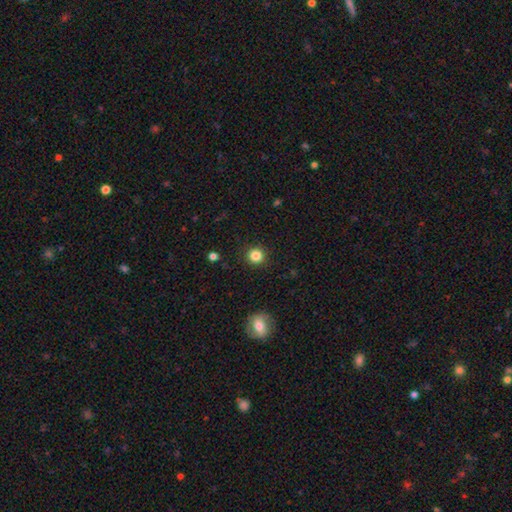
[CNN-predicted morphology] smooth-or-featured: smooth: 84% | star or artifact: 12% | featured or disk: 4%
  how-rounded: round: 92% | in between: 7% | cigar-shaped: 1%
  merging: none: 92% | minor disturbance: 5% | major disturbance: 2% | merger: 1%